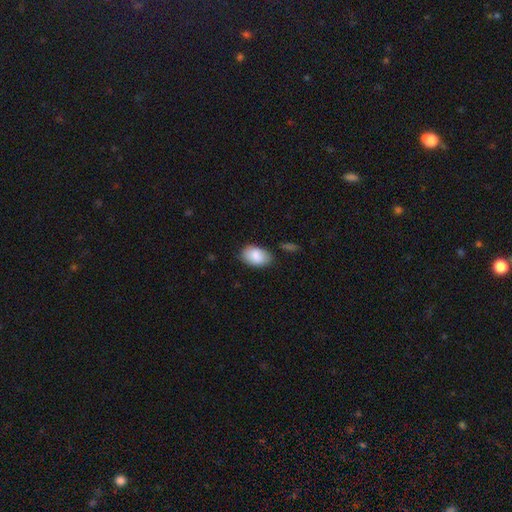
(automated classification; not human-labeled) A smooth galaxy with no disk features (87%) that is in between round and cigar-shaped (92%). Merging: none (77%).